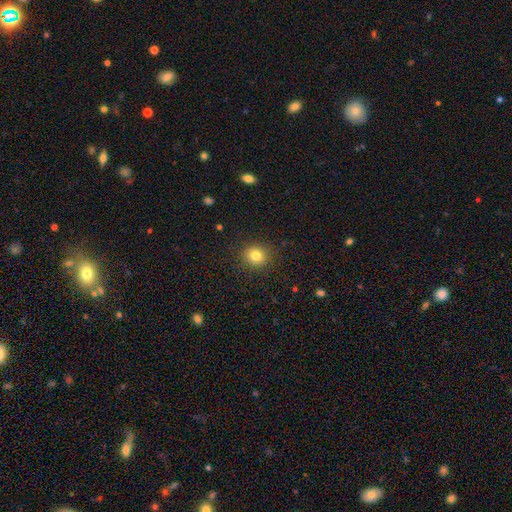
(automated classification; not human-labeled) The model was most divided on "smooth or featured": smooth: 81%, star or artifact: 12%, featured or disk: 7%. More confident: merging — none (89%); how rounded — round (84%).